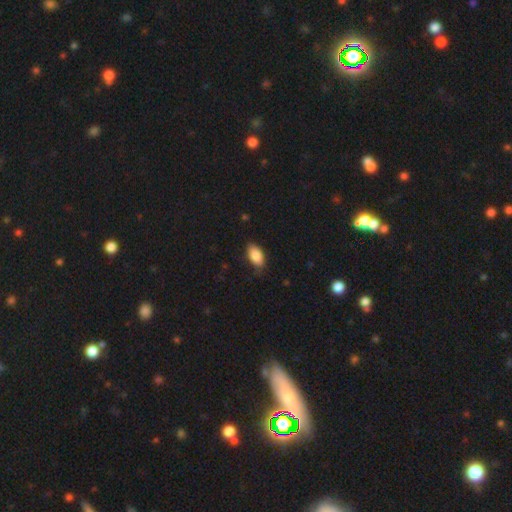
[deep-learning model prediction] Morphology: type=smooth (86%); roundness=in between (93%); merging=none (75%).